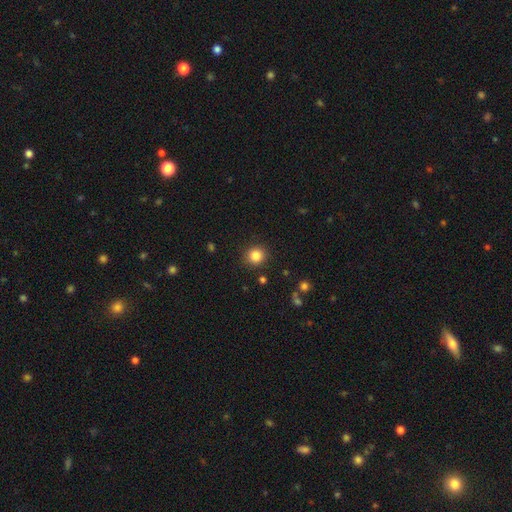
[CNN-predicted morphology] This is clearly a smooth galaxy (85%). How rounded: clearly round (91%). Merging: clearly none (90%).